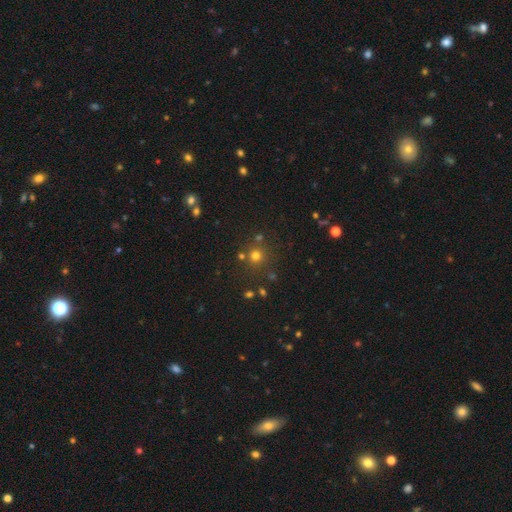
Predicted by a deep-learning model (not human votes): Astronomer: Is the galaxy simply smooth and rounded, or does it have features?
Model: smooth — 70%.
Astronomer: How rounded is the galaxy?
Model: round — 93%.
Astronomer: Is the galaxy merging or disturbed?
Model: none — 78%.